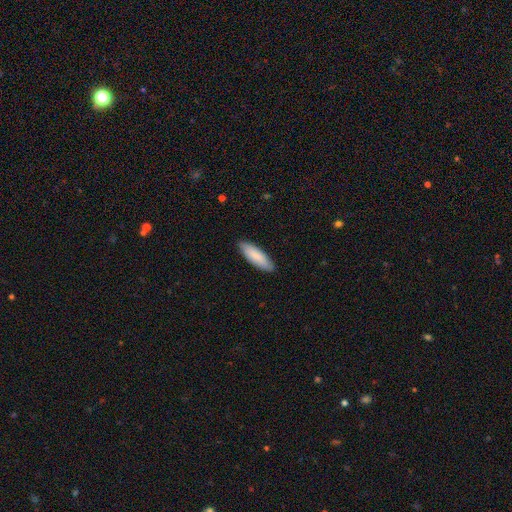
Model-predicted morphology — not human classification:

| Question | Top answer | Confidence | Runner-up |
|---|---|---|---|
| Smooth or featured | smooth | 86% | featured or disk (9%) |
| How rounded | in between | 51% | cigar-shaped (48%) |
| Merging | none | 88% | minor disturbance (10%) |